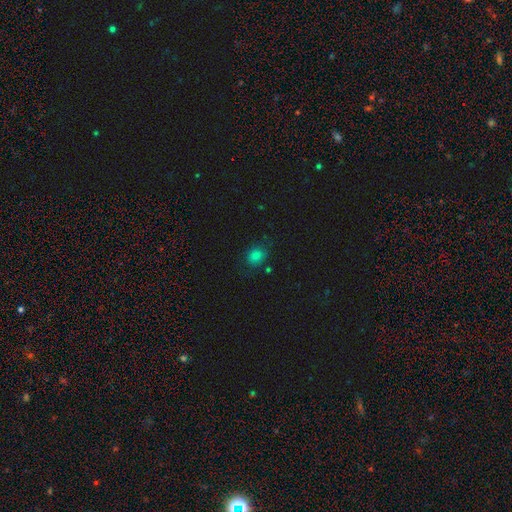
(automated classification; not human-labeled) Smooth or featured: smooth — 79% (star or artifact — 15%)
How rounded: round — 56% (in between — 43%)
Merging: none — 74% (minor disturbance — 17%)